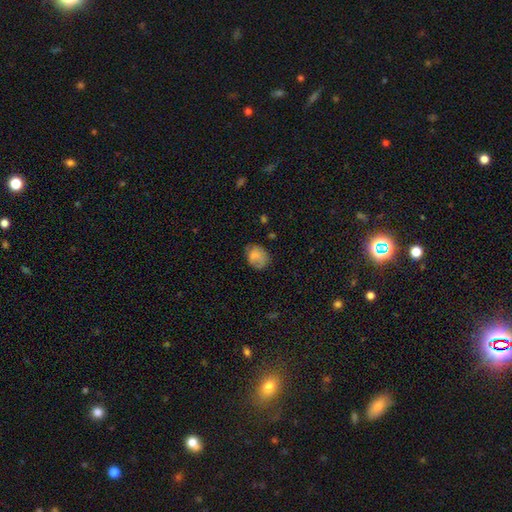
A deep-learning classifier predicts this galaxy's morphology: smooth-or-featured: smooth: 73% | featured or disk: 18% | star or artifact: 9%
  how-rounded: in between: 52% | round: 47% | cigar-shaped: 1%
  merging: none: 59% | minor disturbance: 27% | major disturbance: 12% | merger: 2%